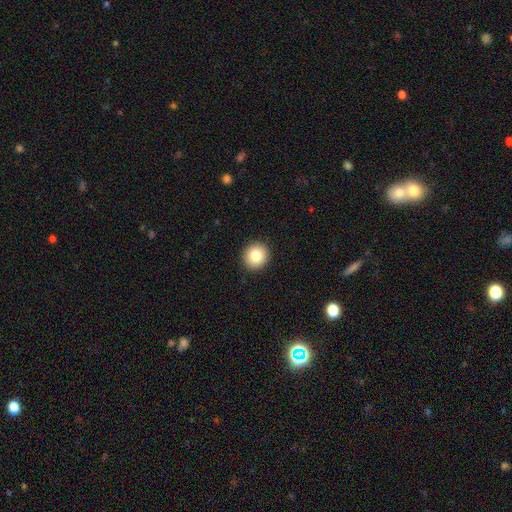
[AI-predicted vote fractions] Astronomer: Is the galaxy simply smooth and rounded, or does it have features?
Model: smooth — 83%.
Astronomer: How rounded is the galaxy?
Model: round — 92%.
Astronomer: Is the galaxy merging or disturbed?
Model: none — 92%.